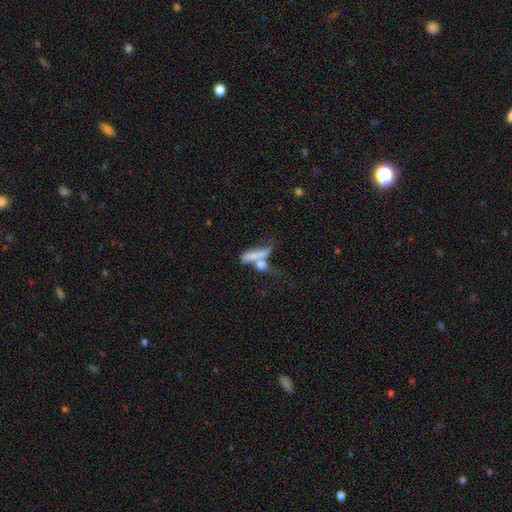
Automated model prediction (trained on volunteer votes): This is likely a smooth galaxy (61%). How rounded: possibly cigar-shaped (56%). Merging: possibly merger (52%).